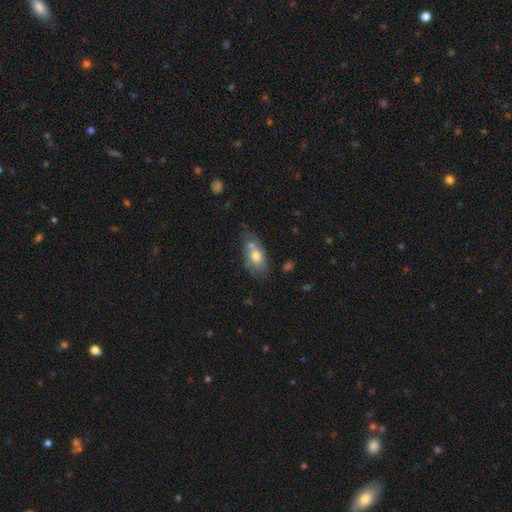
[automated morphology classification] smooth 64%, featured or disk 28%, star or artifact 7%. Down the decision tree: how rounded — in between (87%); merging — none (47%).